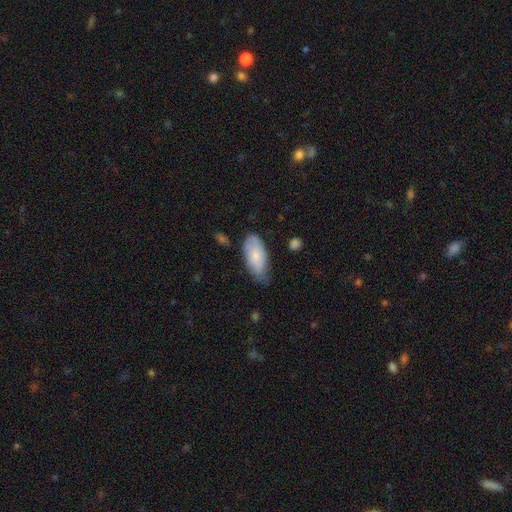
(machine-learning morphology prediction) This appears to be a smooth galaxy with no disk features (71%) that is in between round and cigar-shaped (90%). Merging: none (57%).